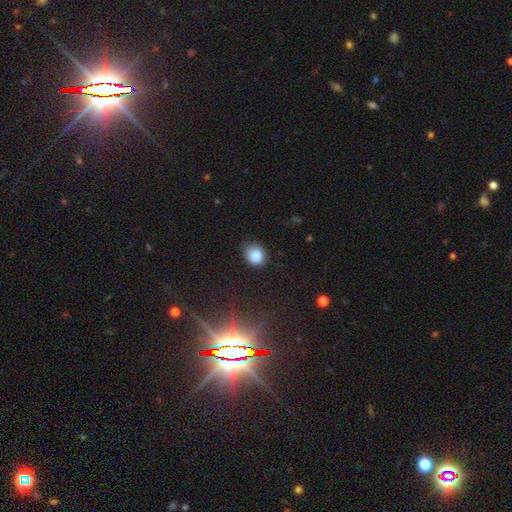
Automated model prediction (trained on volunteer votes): Q: Smooth or featured?
A: smooth (83%); runner-up: star or artifact (11%)
Q: How rounded?
A: round (64%); runner-up: in between (35%)
Q: Merging?
A: none (67%); runner-up: minor disturbance (26%)